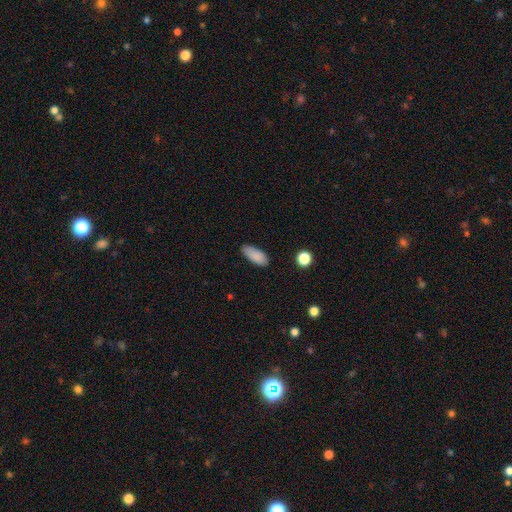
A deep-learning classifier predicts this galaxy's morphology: A smooth galaxy with no disk features (88%) that is in between round and cigar-shaped (82%). Merging: none (82%).